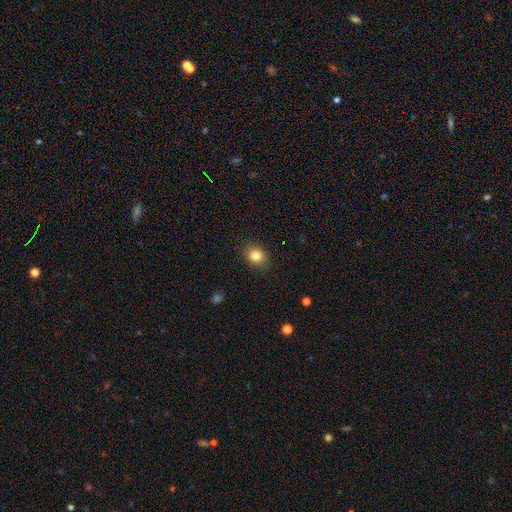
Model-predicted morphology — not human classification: smooth_or_featured: smooth (p=0.83) [alt: star or artifact p=0.10]
how_rounded: in between (p=0.50) [alt: round p=0.49]
merging: none (p=0.87) [alt: minor disturbance p=0.09]